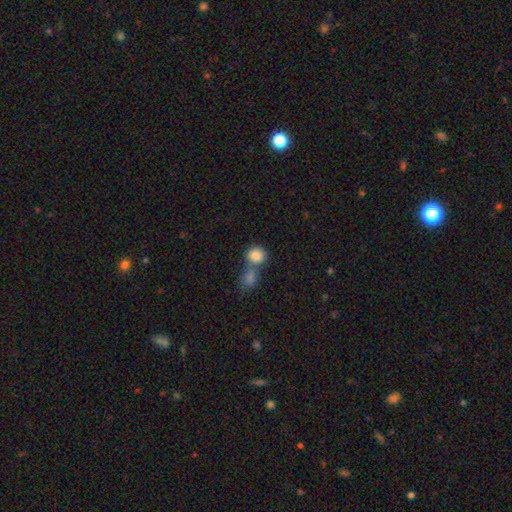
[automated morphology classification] A smooth galaxy with no disk features (84%) that is round (72%). Merging: merger (50%).